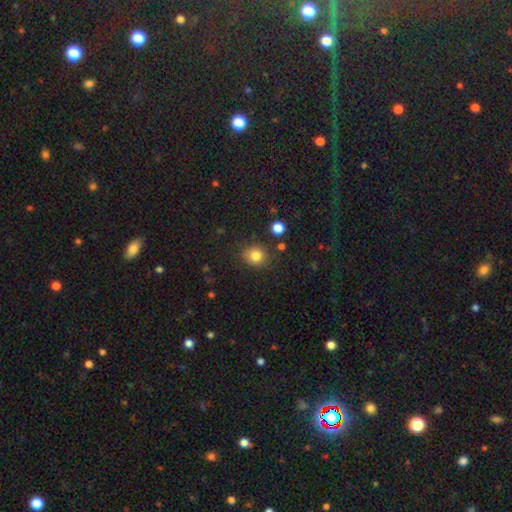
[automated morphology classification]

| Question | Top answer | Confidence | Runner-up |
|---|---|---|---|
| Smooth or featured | smooth | 82% | star or artifact (12%) |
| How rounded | round | 80% | in between (19%) |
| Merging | none | 84% | minor disturbance (10%) |